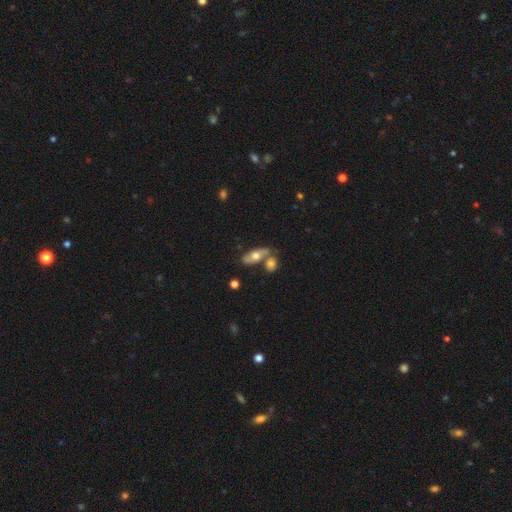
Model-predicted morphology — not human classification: This appears to be a smooth galaxy with no disk features (48%). Merging: none (51%).